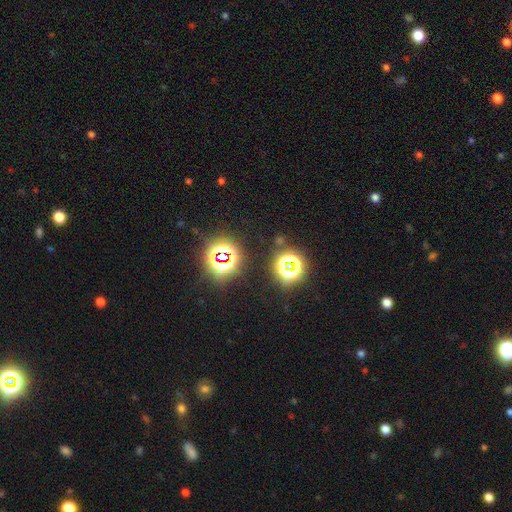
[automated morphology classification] A star or artifact, not a galaxy (81%).